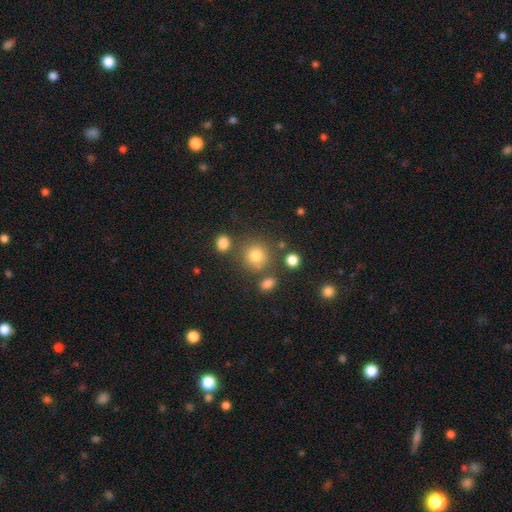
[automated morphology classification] smooth_or_featured: smooth (p=0.77) [alt: star or artifact p=0.15]
how_rounded: round (p=0.89) [alt: in between p=0.10]
merging: none (p=0.74) [alt: minor disturbance p=0.11]